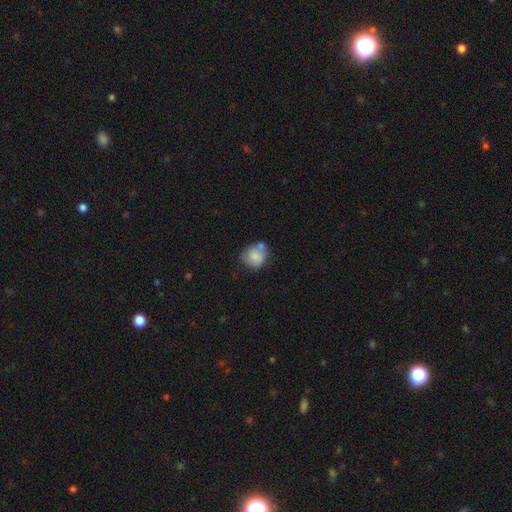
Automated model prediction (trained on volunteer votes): Smooth or featured?
  - smooth: 76% *
  - featured or disk: 16%
  - star or artifact: 8%
How rounded?
  - round: 78% *
  - in between: 21%
  - cigar-shaped: 1%
Merging?
  - none: 44% *
  - merger: 29%
  - minor disturbance: 20%
  - major disturbance: 6%